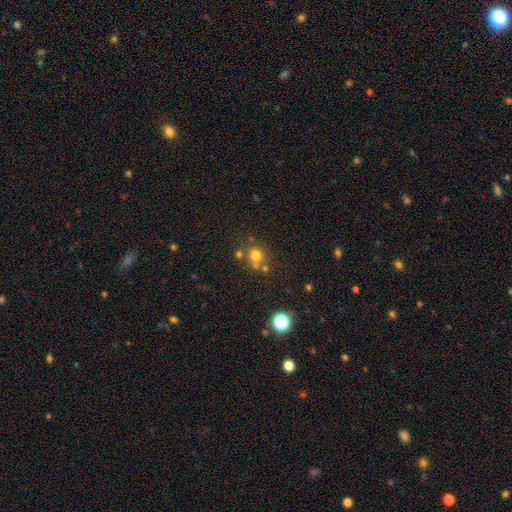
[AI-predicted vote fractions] Smooth or featured?
  - smooth: 69% *
  - star or artifact: 20%
  - featured or disk: 11%
How rounded?
  - round: 87% *
  - in between: 12%
  - cigar-shaped: 1%
Merging?
  - none: 59% *
  - merger: 27%
  - minor disturbance: 9%
  - major disturbance: 4%